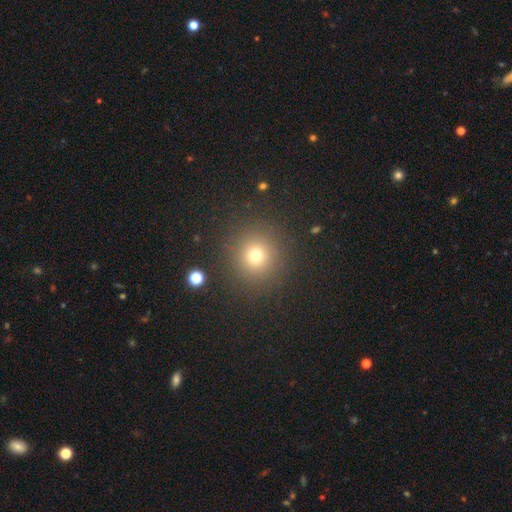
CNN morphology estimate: smooth_or_featured: smooth (p=0.72) [alt: star or artifact p=0.19]
how_rounded: round (p=0.92) [alt: in between p=0.07]
merging: none (p=0.88) [alt: minor disturbance p=0.06]